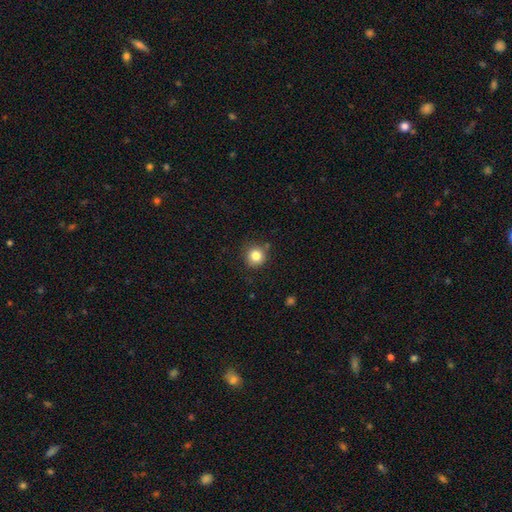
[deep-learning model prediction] smooth_or_featured: smooth (p=0.83) [alt: star or artifact p=0.11]
how_rounded: round (p=0.93) [alt: in between p=0.06]
merging: none (p=0.85) [alt: minor disturbance p=0.10]